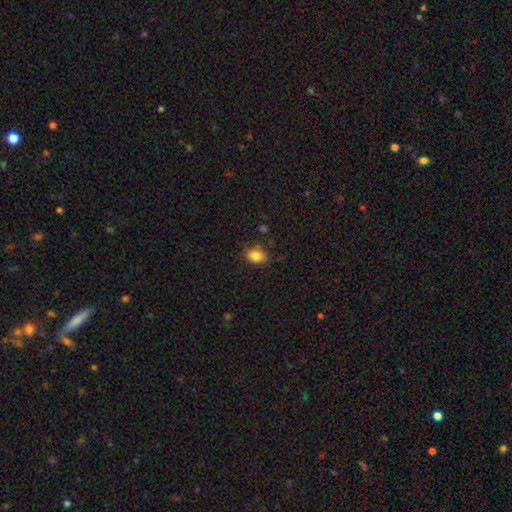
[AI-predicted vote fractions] A smooth galaxy with no disk features (84%) that is in between round and cigar-shaped (74%). Merging: none (78%).